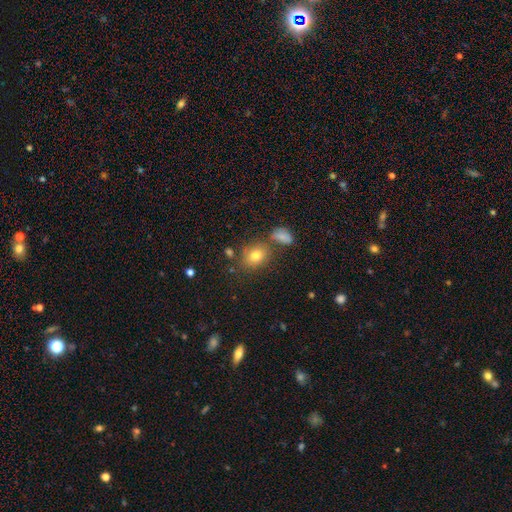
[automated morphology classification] Q: Smooth or featured?
A: smooth (77%); runner-up: star or artifact (12%)
Q: How rounded?
A: round (50%); runner-up: in between (49%)
Q: Merging?
A: none (69%); runner-up: minor disturbance (15%)